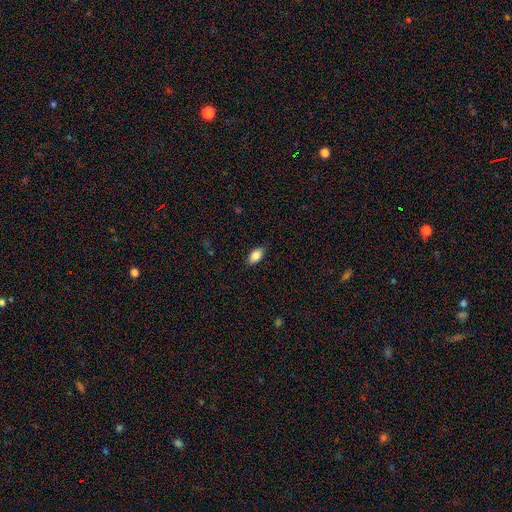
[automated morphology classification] A smooth galaxy with no disk features (85%) that is in between round and cigar-shaped (90%).

Vote fractions:
- Smooth or featured? smooth: 85% / featured or disk: 8% / star or artifact: 8%
- How rounded? in between: 90% / round: 7% / cigar-shaped: 3%
- Merging? none: 84% / minor disturbance: 13% / major disturbance: 2% / merger: 1%